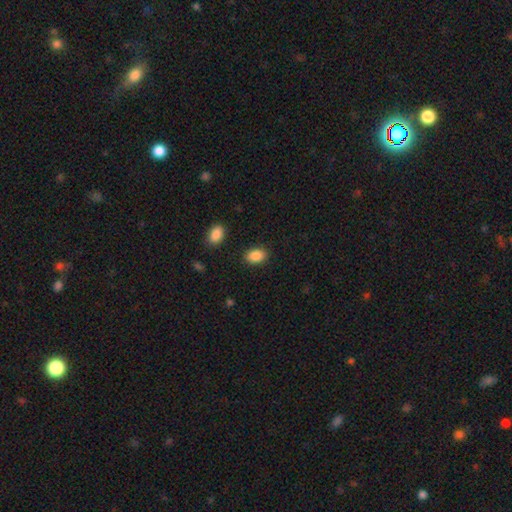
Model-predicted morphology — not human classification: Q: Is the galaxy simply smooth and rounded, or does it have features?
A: smooth — 88%.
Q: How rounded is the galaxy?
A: in between — 86%.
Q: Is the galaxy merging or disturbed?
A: none — 88%.